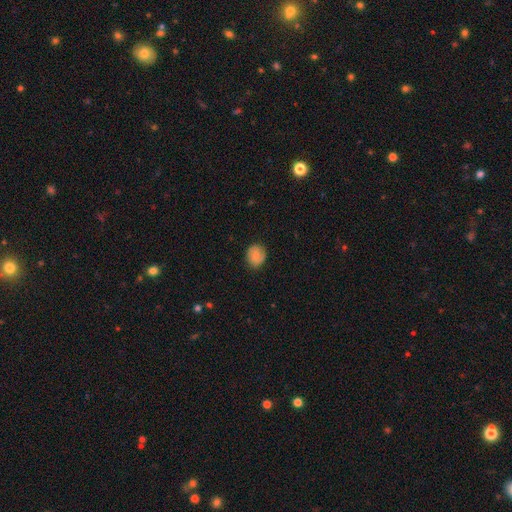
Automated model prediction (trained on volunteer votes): Smooth or featured?
  - smooth: 72% *
  - featured or disk: 20%
  - star or artifact: 8%
How rounded?
  - round: 71% *
  - in between: 28%
  - cigar-shaped: 1%
Merging?
  - none: 81% *
  - minor disturbance: 15%
  - major disturbance: 3%
  - merger: 1%